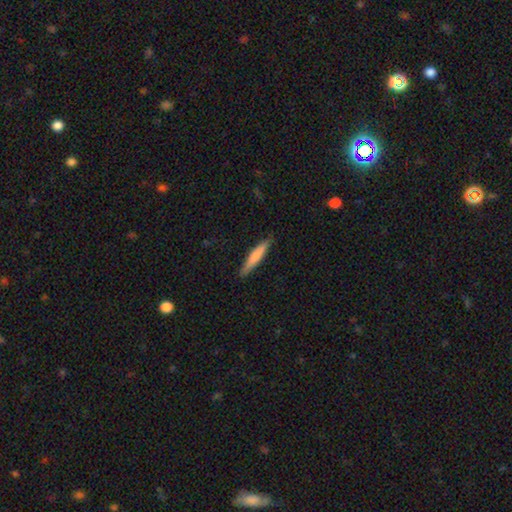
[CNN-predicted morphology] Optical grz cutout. It shows a smooth galaxy with no disk features (75%) that is cigar-shaped (90%). Merging: none (87%).